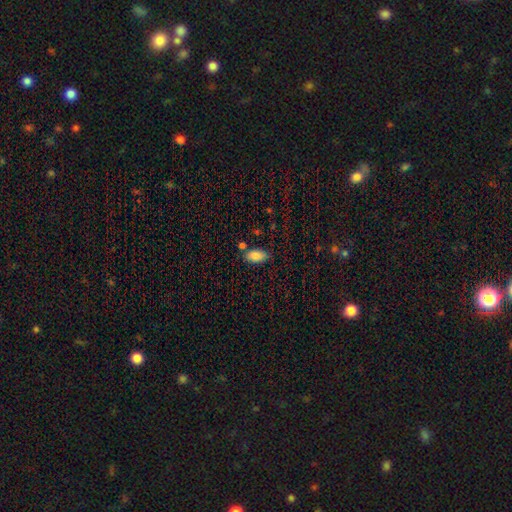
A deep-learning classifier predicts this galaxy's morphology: The model was most divided on "merging": none: 76%, minor disturbance: 14%, merger: 7%, major disturbance: 3%. More confident: how rounded — in between (91%); smooth or featured — smooth (84%).